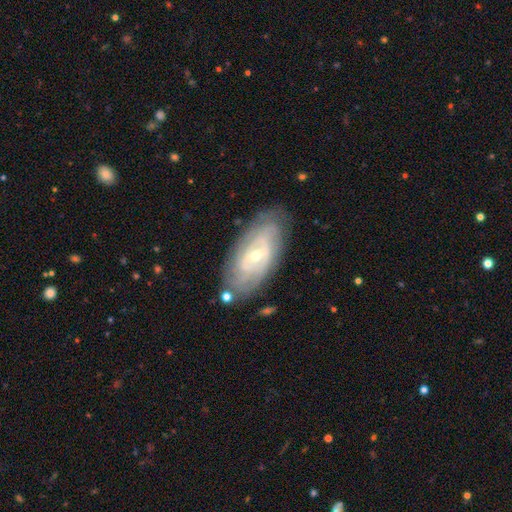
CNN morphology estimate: Smooth or featured: featured or disk — 84% (smooth — 10%)
Edge-on disk: no — 93% (yes — 7%)
Bar: weak — 47% (no — 28%)
Spiral arms: yes — 93% (no — 7%)
Spiral winding: tight — 72% (medium — 23%)
Spiral arm count: can't tell — 41% (2 — 26%)
Bulge size: small — 64% (moderate — 33%)
Merging: none — 79% (minor disturbance — 15%)